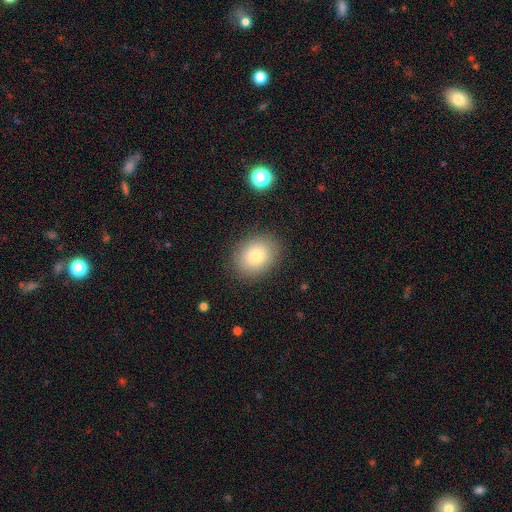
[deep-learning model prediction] smooth 78%, featured or disk 12%, star or artifact 10%. Down the decision tree: how rounded — in between (53%); merging — none (87%).